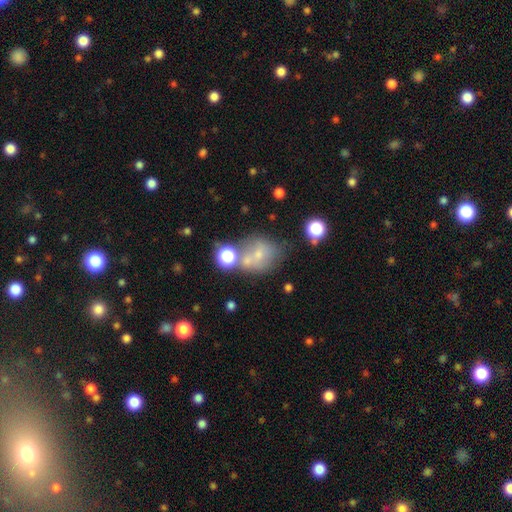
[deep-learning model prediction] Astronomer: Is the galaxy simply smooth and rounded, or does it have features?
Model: smooth — 52%.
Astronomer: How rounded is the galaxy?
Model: round — 64%.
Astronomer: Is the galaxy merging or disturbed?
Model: none — 47% (runner-up: merger, 25%).